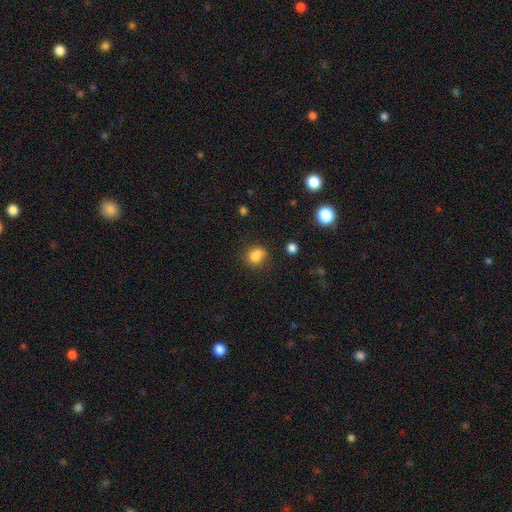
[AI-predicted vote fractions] Overall: smooth (80%). How rounded: round (63%; in between 36%). Merging: none (53%; minor disturbance 23%).